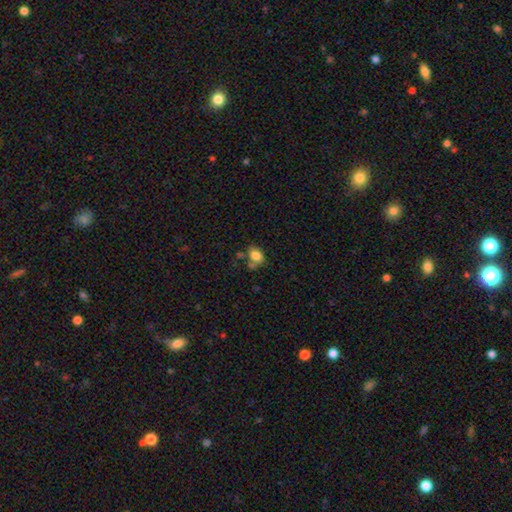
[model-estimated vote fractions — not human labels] Smooth or featured? Predicted: smooth (p=0.80). How rounded? Predicted: in between (p=0.64). Merging? Predicted: none (p=0.53).